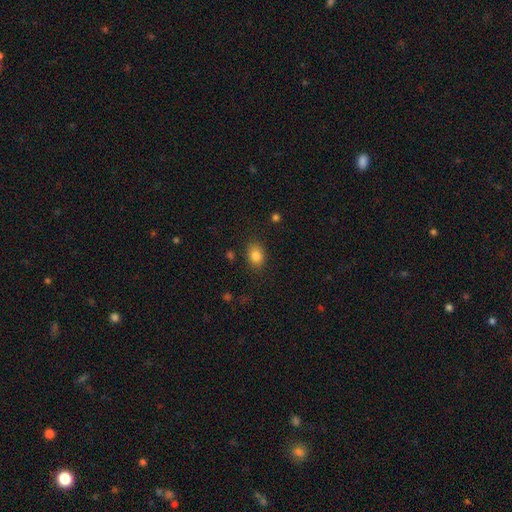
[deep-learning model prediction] Q: Smooth or featured?
A: smooth (84%); runner-up: star or artifact (10%)
Q: How rounded?
A: in between (65%); runner-up: round (34%)
Q: Merging?
A: none (84%); runner-up: minor disturbance (11%)